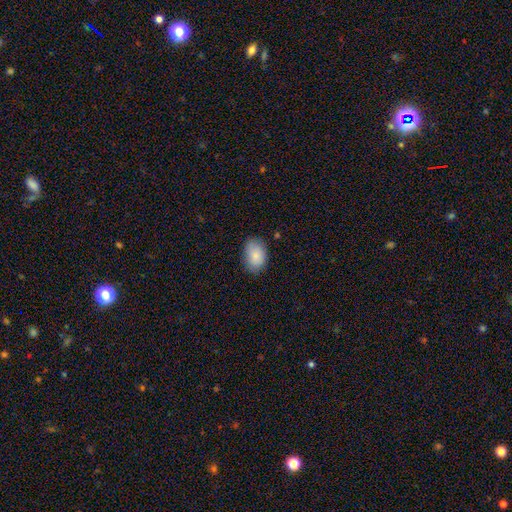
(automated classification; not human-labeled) Morphology: type=smooth (86%); roundness=in between (84%); merging=none (77%).